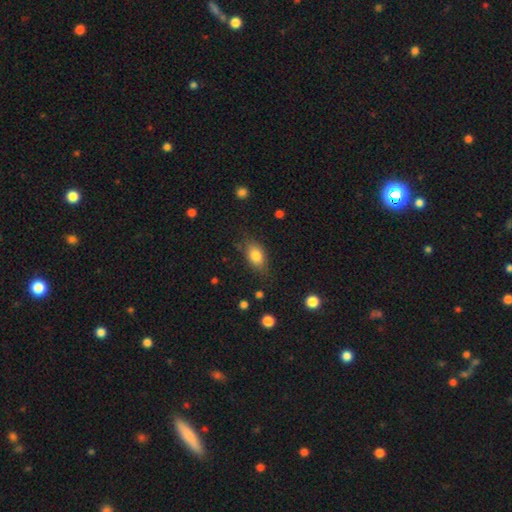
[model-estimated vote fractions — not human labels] smooth-or-featured: smooth: 81% | featured or disk: 11% | star or artifact: 8%
  how-rounded: in between: 84% | round: 12% | cigar-shaped: 3%
  merging: none: 74% | minor disturbance: 18% | major disturbance: 6% | merger: 2%